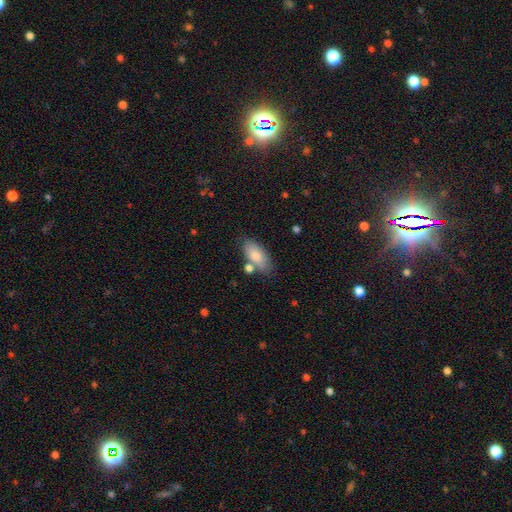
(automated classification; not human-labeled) smooth_or_featured: smooth (p=0.80) [alt: featured or disk p=0.13]
how_rounded: in between (p=0.90) [alt: cigar-shaped p=0.07]
merging: none (p=0.69) [alt: minor disturbance p=0.16]